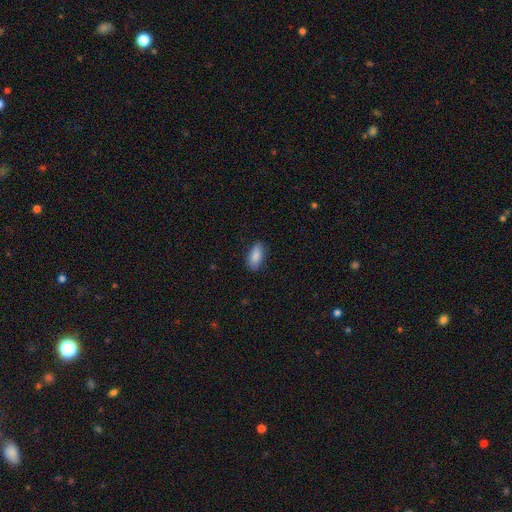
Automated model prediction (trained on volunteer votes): Smooth or featured? smooth (87%)
How rounded? in between (88%)
Merging? none (84%)